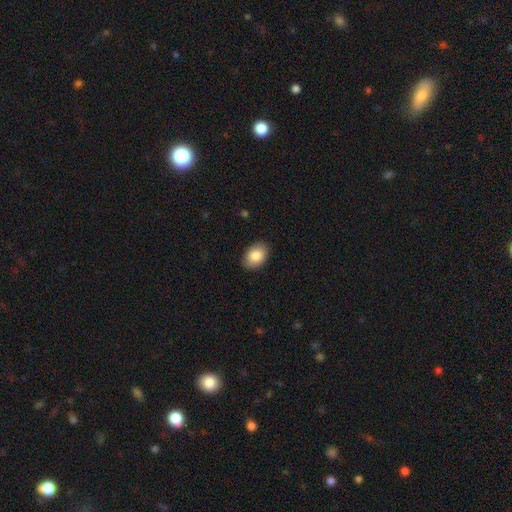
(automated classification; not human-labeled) smooth_or_featured: smooth (p=0.85) [alt: featured or disk p=0.08]
how_rounded: in between (p=0.83) [alt: round p=0.15]
merging: none (p=0.89) [alt: minor disturbance p=0.08]